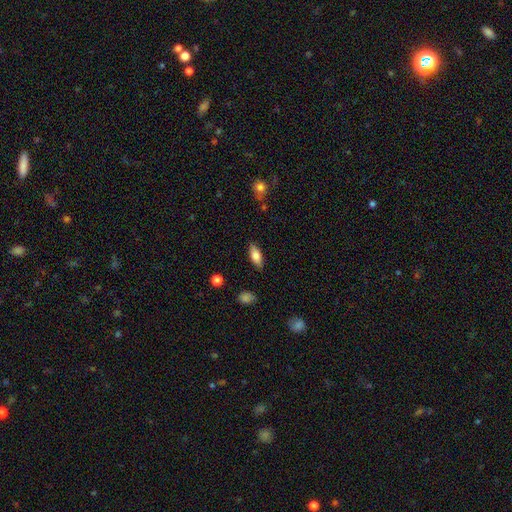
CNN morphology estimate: Q: Smooth or featured?
A: smooth (77%); runner-up: featured or disk (16%)
Q: How rounded?
A: in between (81%); runner-up: cigar-shaped (17%)
Q: Merging?
A: none (86%); runner-up: minor disturbance (11%)